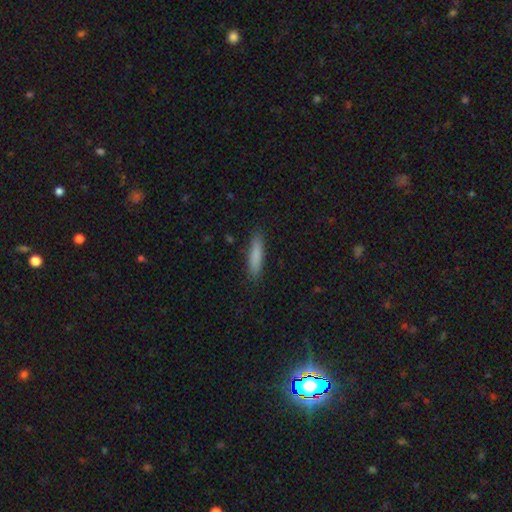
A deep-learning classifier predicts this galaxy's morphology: Smooth or featured?
  - smooth: 83% *
  - featured or disk: 10%
  - star or artifact: 6%
How rounded?
  - cigar-shaped: 85% *
  - in between: 13%
  - round: 1%
Merging?
  - none: 88% *
  - minor disturbance: 9%
  - major disturbance: 2%
  - merger: 1%